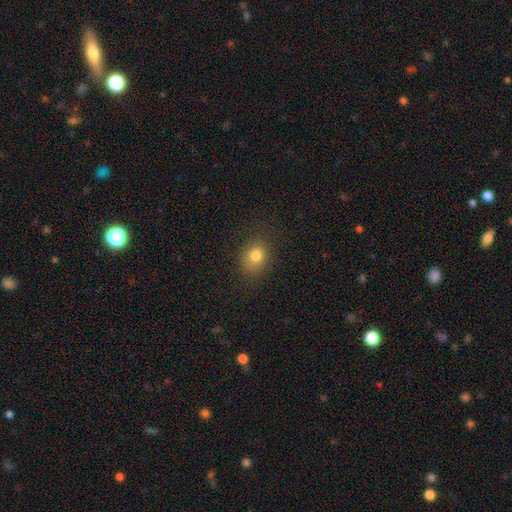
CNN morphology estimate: A smooth galaxy with no disk features (79%) that is round (53%).

Vote fractions:
- Smooth or featured? smooth: 79% / star or artifact: 13% / featured or disk: 8%
- How rounded? round: 53% / in between: 46% / cigar-shaped: 1%
- Merging? none: 82% / minor disturbance: 13% / major disturbance: 4% / merger: 1%